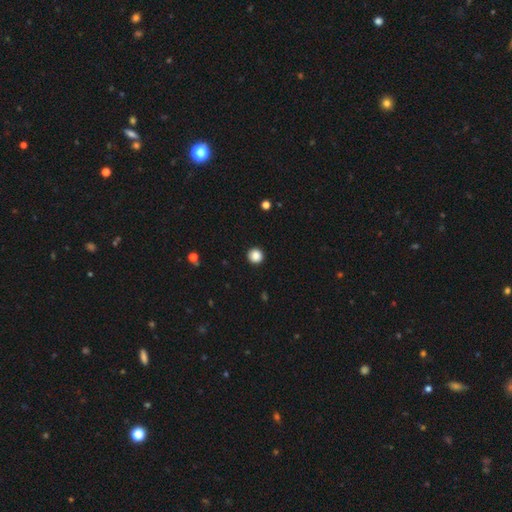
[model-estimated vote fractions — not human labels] Smooth or featured: smooth — 87% (star or artifact — 10%)
How rounded: round — 95% (in between — 4%)
Merging: none — 93% (minor disturbance — 5%)